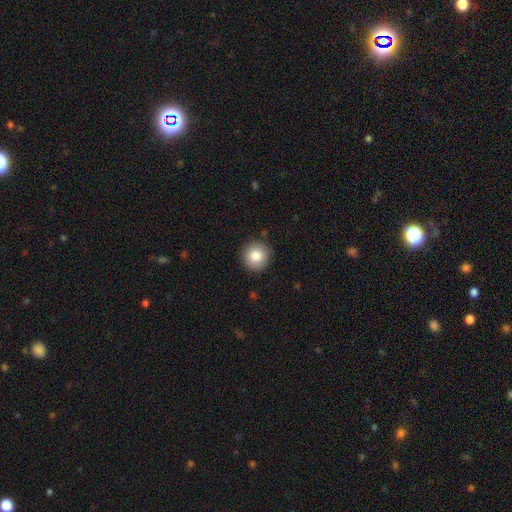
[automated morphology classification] Smooth or featured?
  - smooth: 84% *
  - star or artifact: 8%
  - featured or disk: 7%
How rounded?
  - round: 94% *
  - in between: 5%
  - cigar-shaped: 1%
Merging?
  - none: 90% *
  - minor disturbance: 7%
  - major disturbance: 2%
  - merger: 1%